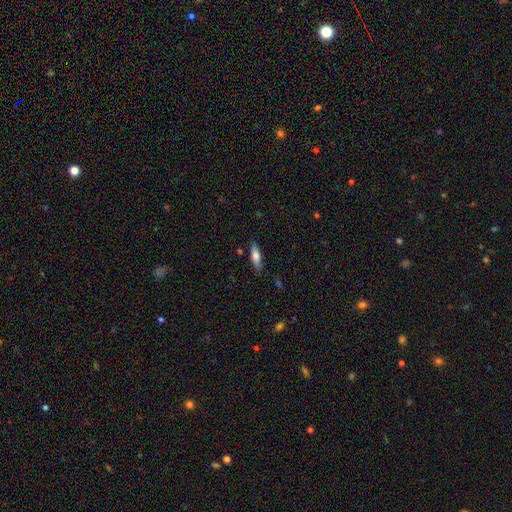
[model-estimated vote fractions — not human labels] smooth-or-featured: smooth: 67% | featured or disk: 27% | star or artifact: 6%
  how-rounded: in between: 50% | cigar-shaped: 48% | round: 2%
  merging: none: 83% | minor disturbance: 12% | major disturbance: 3% | merger: 2%